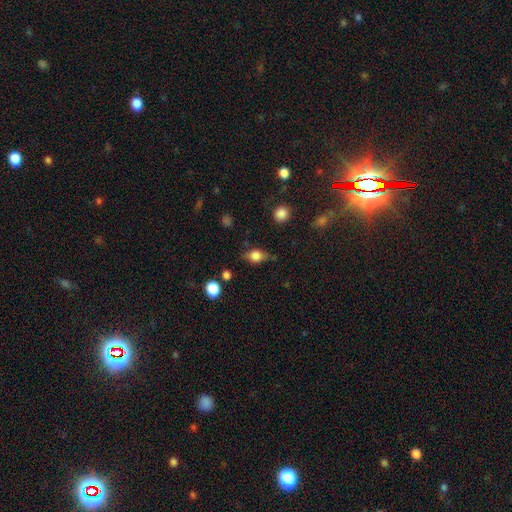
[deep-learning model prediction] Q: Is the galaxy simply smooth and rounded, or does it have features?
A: smooth — 71%.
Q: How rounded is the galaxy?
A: in between — 61%.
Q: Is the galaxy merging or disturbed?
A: none — 68%.